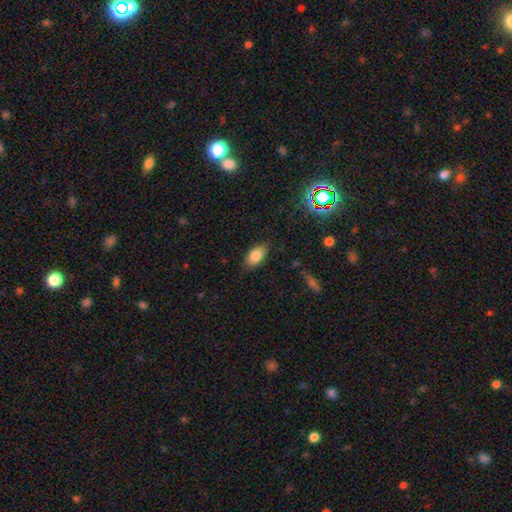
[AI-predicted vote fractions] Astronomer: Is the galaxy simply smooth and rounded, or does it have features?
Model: smooth — 83%.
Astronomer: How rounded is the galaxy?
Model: in between — 91%.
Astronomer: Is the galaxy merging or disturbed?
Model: none — 83%.